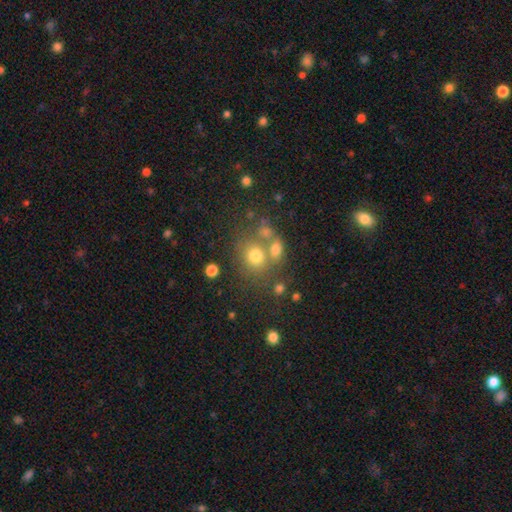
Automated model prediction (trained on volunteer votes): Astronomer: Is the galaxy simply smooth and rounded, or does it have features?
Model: smooth — 69%.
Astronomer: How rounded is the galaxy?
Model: round — 74%.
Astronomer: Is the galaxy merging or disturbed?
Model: none — 55%.